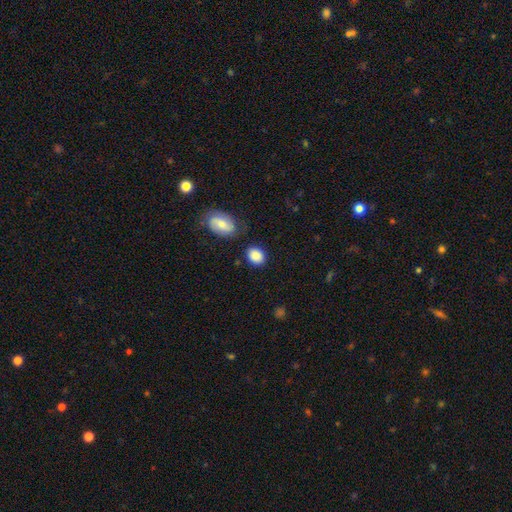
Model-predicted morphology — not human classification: Smooth or featured?
  - smooth: 87% *
  - star or artifact: 7%
  - featured or disk: 6%
How rounded?
  - in between: 59% *
  - round: 39%
  - cigar-shaped: 1%
Merging?
  - none: 76% *
  - minor disturbance: 14%
  - merger: 6%
  - major disturbance: 4%